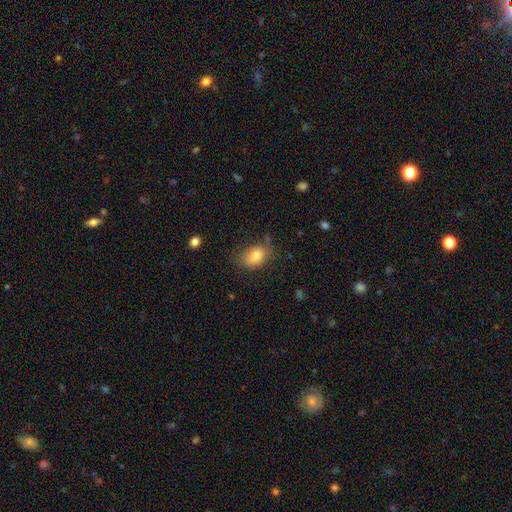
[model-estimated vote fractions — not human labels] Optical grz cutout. It shows a smooth galaxy with no disk features (82%) that is in between round and cigar-shaped (82%). Merging: none (66%).